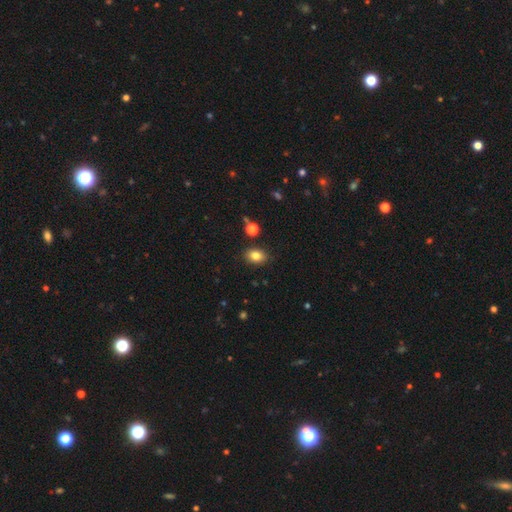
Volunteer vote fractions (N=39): Volunteers were most divided on "how rounded": in between: 68%, round: 32%, cigar-shaped: 0%. More confident: merging — none (89%); smooth or featured — smooth (79%).